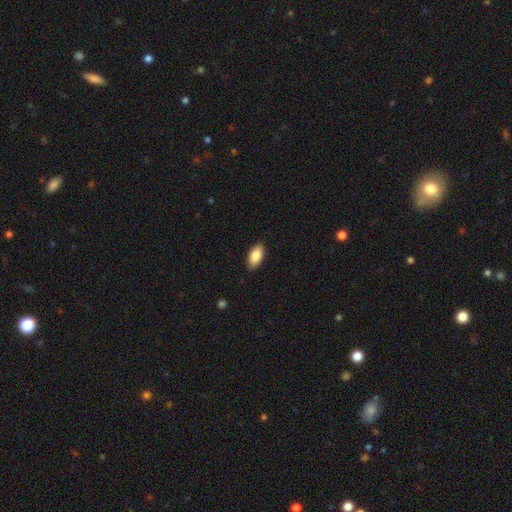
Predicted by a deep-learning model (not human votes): smooth-or-featured: smooth: 87% | star or artifact: 7% | featured or disk: 6%
  how-rounded: in between: 94% | cigar-shaped: 3% | round: 3%
  merging: none: 88% | minor disturbance: 9% | major disturbance: 2% | merger: 1%